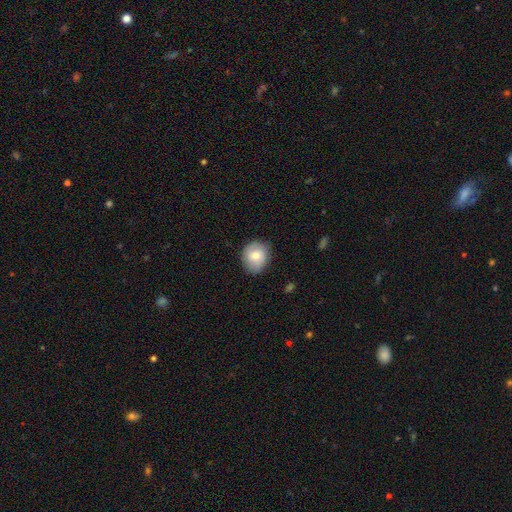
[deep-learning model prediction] Overall: smooth (71%). How rounded: round (74%). Merging: none (81%).